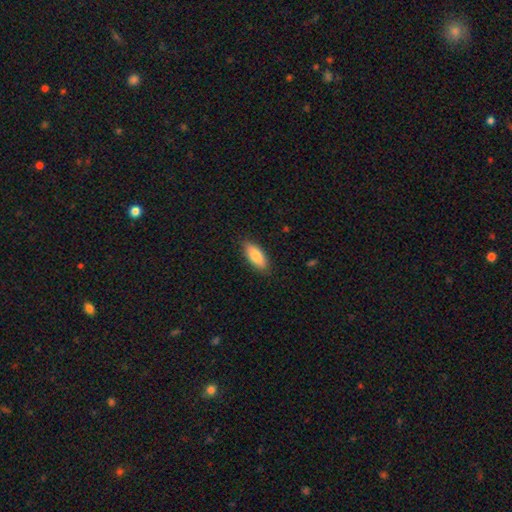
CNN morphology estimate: This is clearly a smooth galaxy (83%). How rounded: likely in between (78%). Merging: clearly none (87%).